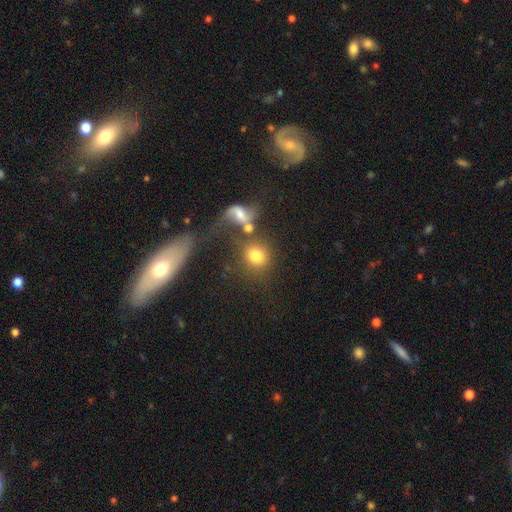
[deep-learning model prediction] A smooth galaxy with no disk features (72%) that is round (77%).

Vote fractions:
- Smooth or featured? smooth: 72% / featured or disk: 16% / star or artifact: 13%
- How rounded? round: 77% / in between: 21% / cigar-shaped: 2%
- Merging? none: 51% / merger: 27% / minor disturbance: 12% / major disturbance: 11%